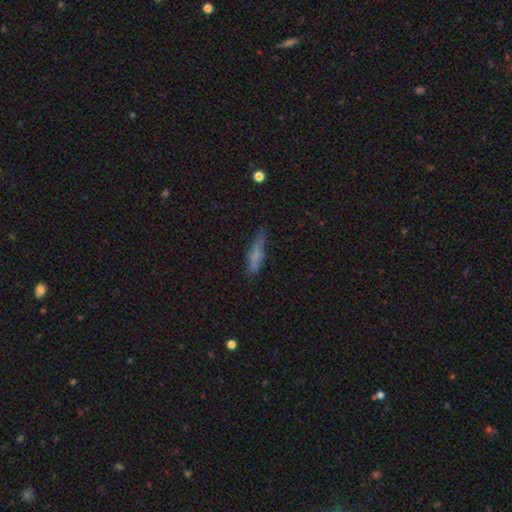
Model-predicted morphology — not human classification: This appears to be a smooth galaxy with no disk features (63%) that is cigar-shaped (78%). Merging: none (60%).